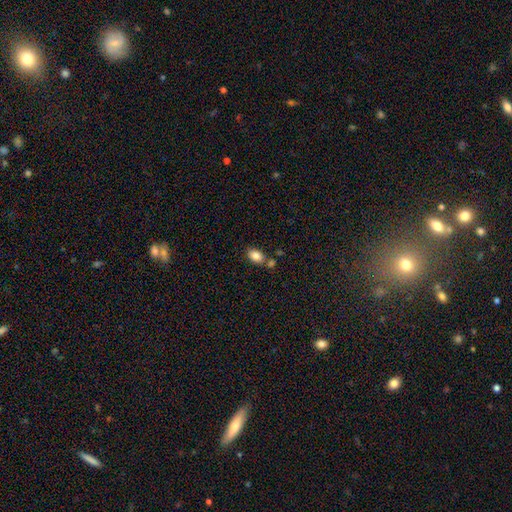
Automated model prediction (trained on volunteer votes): Overall: smooth (85%). How rounded: in between (86%). Merging: none (63%).